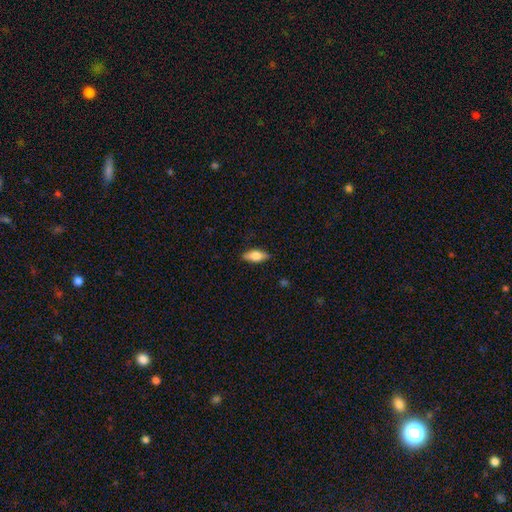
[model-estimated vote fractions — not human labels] Overall: smooth (68%). How rounded: in between (75%). Merging: none (86%).